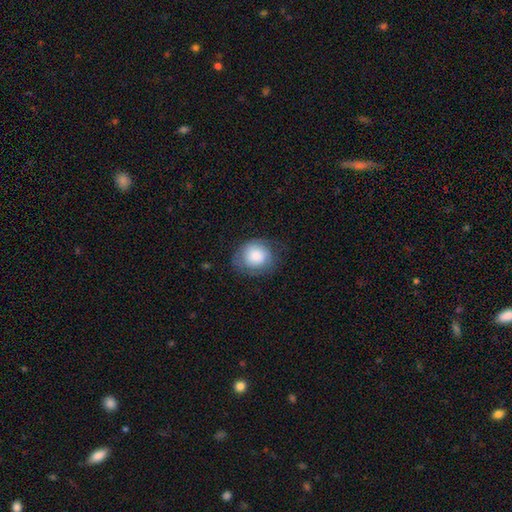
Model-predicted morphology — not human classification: A smooth galaxy with no disk features (77%) that is round (74%). Merging: none (68%).